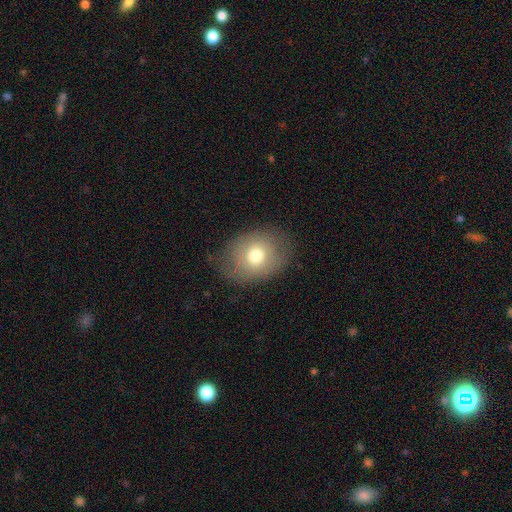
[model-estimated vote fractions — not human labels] Overall: smooth (70%). How rounded: in between (54%; round 45%). Merging: none (73%).